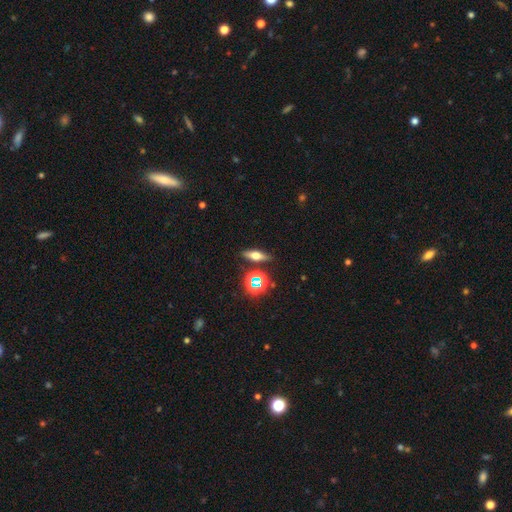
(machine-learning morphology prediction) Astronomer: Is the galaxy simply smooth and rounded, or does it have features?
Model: smooth — 47% (runner-up: featured or disk, 36%).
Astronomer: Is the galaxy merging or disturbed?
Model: none — 84%.